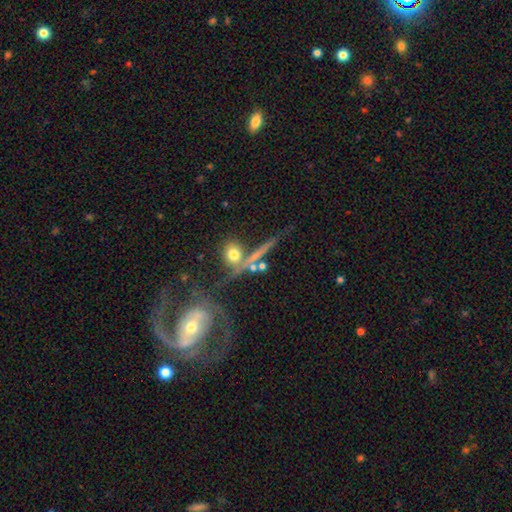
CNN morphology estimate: Smooth or featured? featured or disk (47%)
Merging? none (57%)